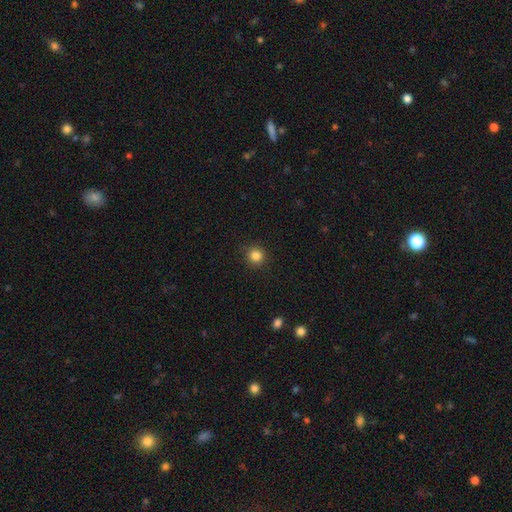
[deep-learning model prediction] Overall: smooth (85%). How rounded: round (93%). Merging: none (90%).